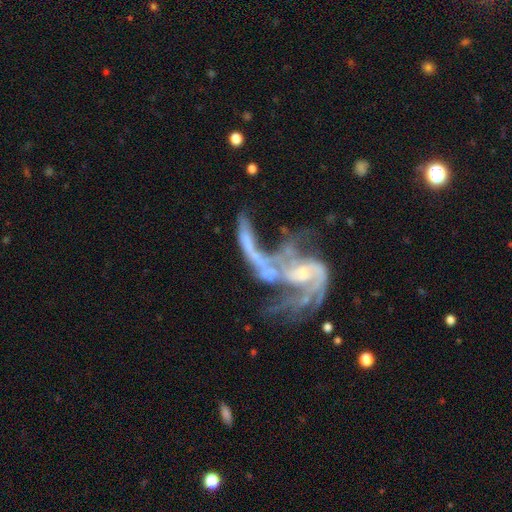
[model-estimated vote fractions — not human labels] A featured or disk galaxy (83%) with no bar (58%), 2 (46%) loose (54%) spiral arms (84%) and a small central bulge (49%).

Vote fractions:
- Smooth or featured? featured or disk: 83% / star or artifact: 9% / smooth: 8%
- Edge-on disk? no: 96% / yes: 4%
- Bar? no: 58% / weak: 30% / strong: 12%
- Spiral arms? yes: 84% / no: 16%
- Spiral winding? loose: 54% / medium: 33% / tight: 14%
- Spiral arm count? 2: 46% / can't tell: 22% / 3: 14% / 1: 9% / 4: 5% / more than 4: 4%
- Bulge size? small: 49% / moderate: 34% / none: 13% / large: 3% / dominant: 1%
- Merging? merger: 43% / major disturbance: 32% / none: 16% / minor disturbance: 9%